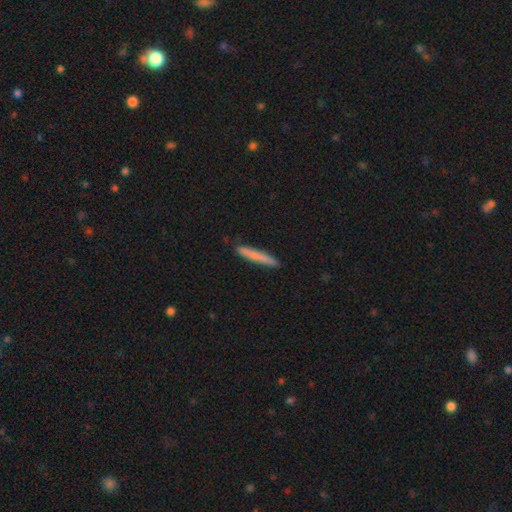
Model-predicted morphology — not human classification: A smooth galaxy with no disk features (75%) that is cigar-shaped (96%).

Vote fractions:
- Smooth or featured? smooth: 75% / featured or disk: 20% / star or artifact: 6%
- How rounded? cigar-shaped: 96% / in between: 3% / round: 1%
- Merging? none: 89% / minor disturbance: 8% / major disturbance: 1% / merger: 1%